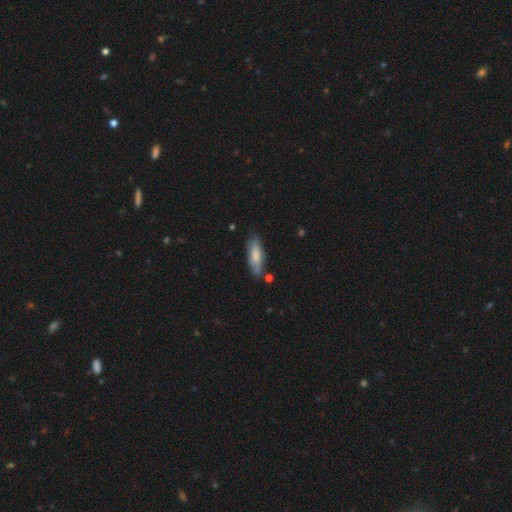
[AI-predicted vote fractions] A smooth galaxy with no disk features (71%) that is in between round and cigar-shaped (52%).

Vote fractions:
- Smooth or featured? smooth: 71% / featured or disk: 24% / star or artifact: 6%
- How rounded? in between: 52% / cigar-shaped: 46% / round: 2%
- Merging? none: 75% / minor disturbance: 17% / merger: 4% / major disturbance: 3%